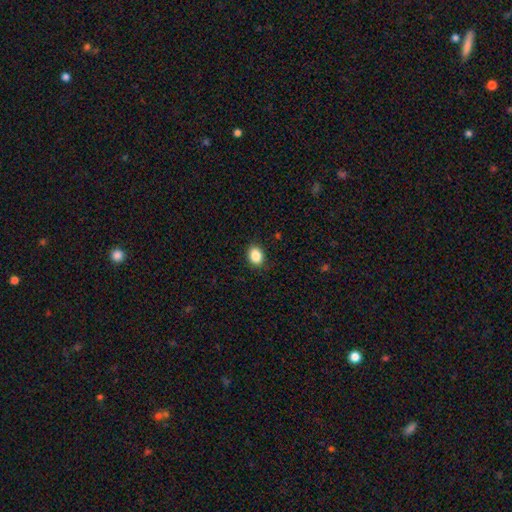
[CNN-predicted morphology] A smooth galaxy with no disk features (87%) that is in between round and cigar-shaped (65%).

Vote fractions:
- Smooth or featured? smooth: 87% / star or artifact: 9% / featured or disk: 4%
- How rounded? in between: 65% / round: 34% / cigar-shaped: 1%
- Merging? none: 88% / minor disturbance: 9% / major disturbance: 2% / merger: 1%